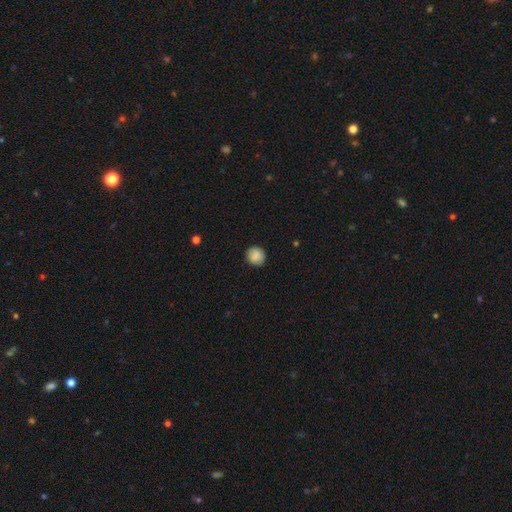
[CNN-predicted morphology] The model was most divided on "how rounded": round: 86%, in between: 13%, cigar-shaped: 1%. More confident: smooth or featured — smooth (87%); merging — none (87%).